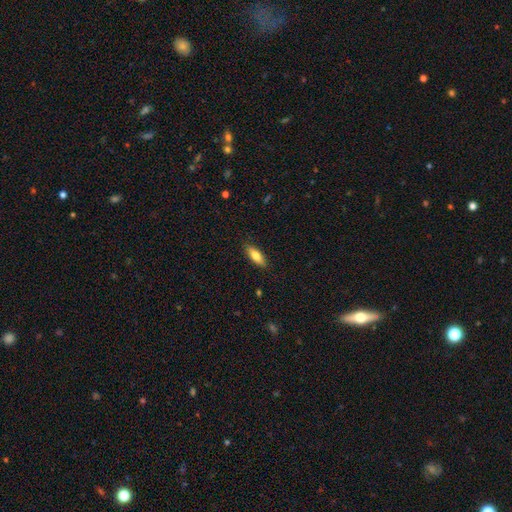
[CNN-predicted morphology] type=smooth (76%); roundness=in between (64%); merging=none (88%).